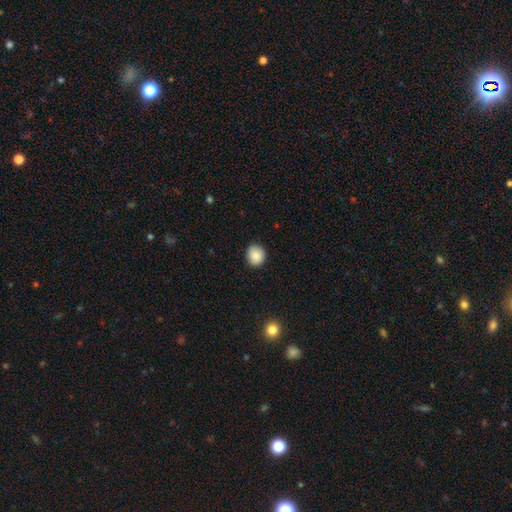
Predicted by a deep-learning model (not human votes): The model was most divided on "how rounded": round: 79%, in between: 20%, cigar-shaped: 1%. More confident: smooth or featured — smooth (87%); merging — none (86%).